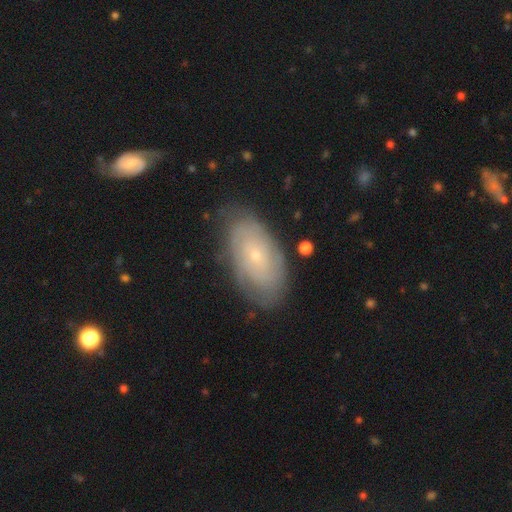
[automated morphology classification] Smooth or featured: featured or disk — 63% (smooth — 30%)
Edge-on disk: no — 93% (yes — 7%)
Bar: no — 80% (weak — 17%)
Spiral arms: yes — 77% (no — 23%)
Bulge size: small — 81% (moderate — 15%)
Merging: none — 77% (minor disturbance — 17%)